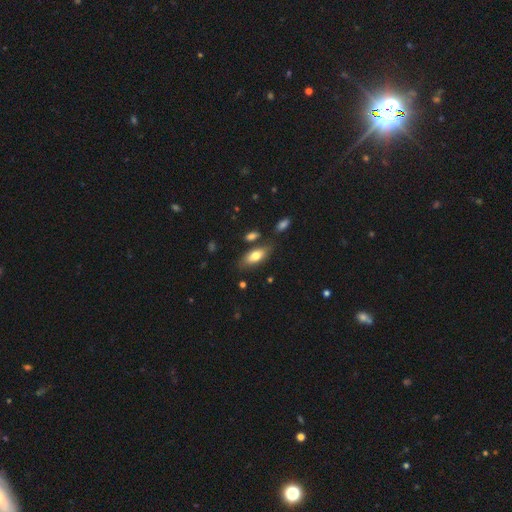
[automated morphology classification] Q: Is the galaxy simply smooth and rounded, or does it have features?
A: smooth — 72%.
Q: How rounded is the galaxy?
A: in between — 83%.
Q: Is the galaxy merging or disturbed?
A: none — 73%.